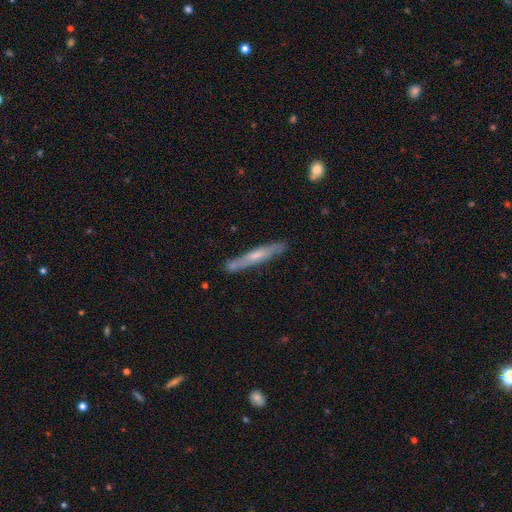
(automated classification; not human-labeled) This appears to be a featured or disk galaxy (51%) viewed edge-on (84%). Merging: none (78%).